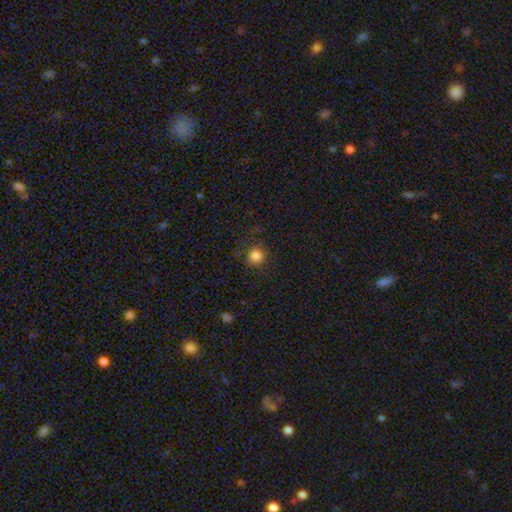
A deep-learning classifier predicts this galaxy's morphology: This is clearly a smooth galaxy (83%). How rounded: clearly round (93%). Merging: clearly none (86%).